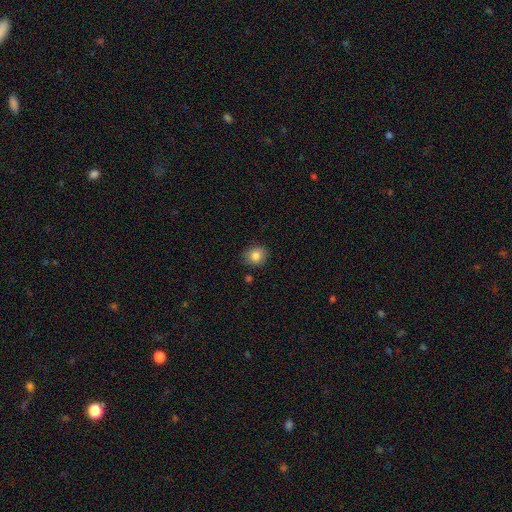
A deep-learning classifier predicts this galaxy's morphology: Smooth or featured: smooth — 83% (star or artifact — 10%)
How rounded: round — 72% (in between — 28%)
Merging: none — 85% (minor disturbance — 11%)